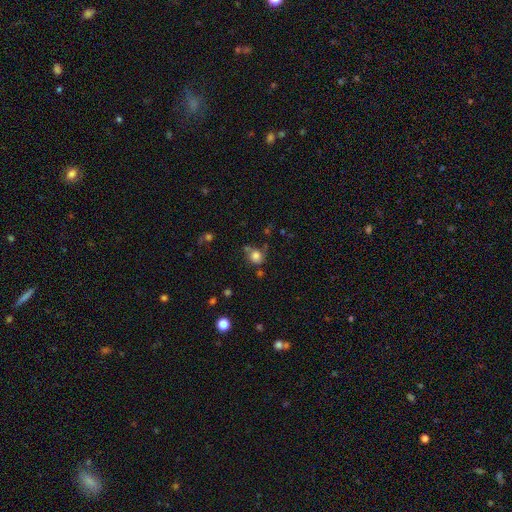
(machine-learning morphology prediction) Smooth or featured: smooth — 80% (star or artifact — 12%)
How rounded: round — 81% (in between — 18%)
Merging: none — 60% (minor disturbance — 20%)